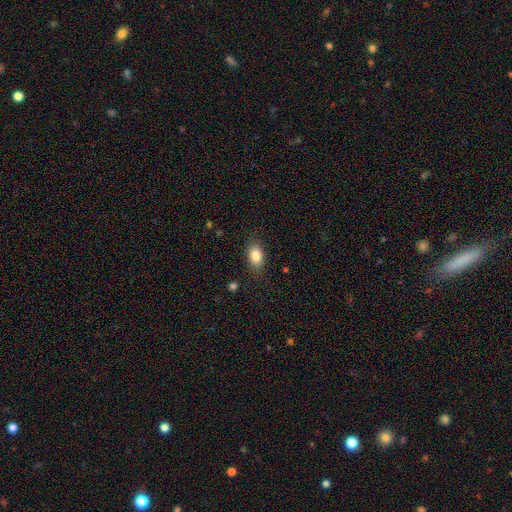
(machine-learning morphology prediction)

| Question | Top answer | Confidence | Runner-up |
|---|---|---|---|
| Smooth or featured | smooth | 84% | star or artifact (8%) |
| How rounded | in between | 85% | round (13%) |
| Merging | none | 84% | minor disturbance (12%) |